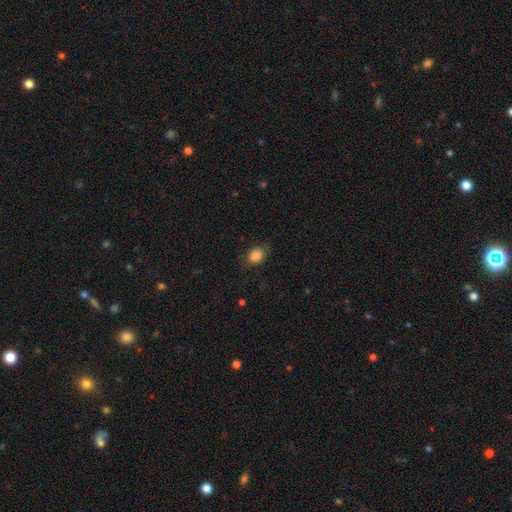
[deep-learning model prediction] Overall: smooth (85%). How rounded: in between (57%; round 42%). Merging: none (75%).